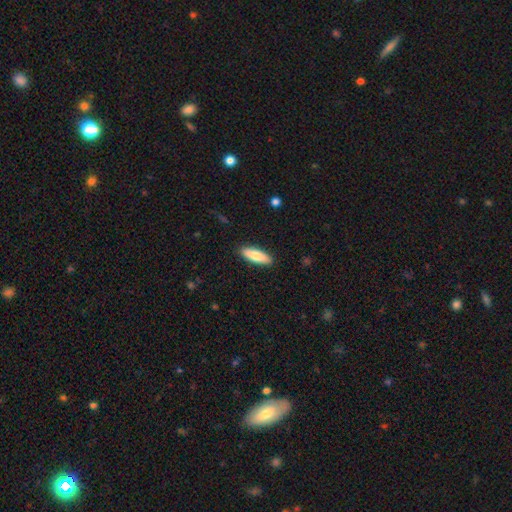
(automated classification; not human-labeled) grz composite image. It shows a smooth galaxy with no disk features (79%) that is in between round and cigar-shaped (52%). Merging: none (90%).